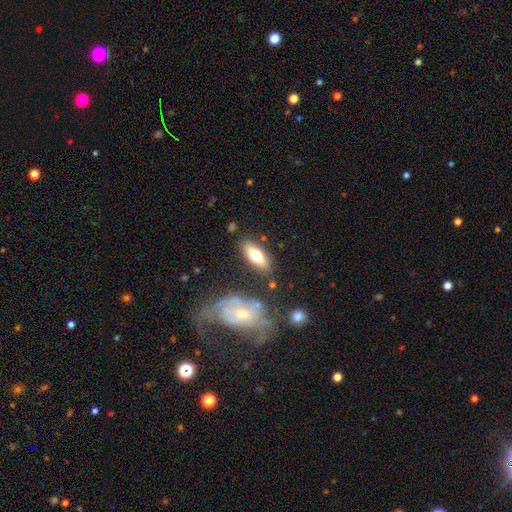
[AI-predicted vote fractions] smooth_or_featured: smooth (p=0.67) [alt: featured or disk p=0.27]
how_rounded: in between (p=0.70) [alt: cigar-shaped p=0.27]
merging: none (p=0.78) [alt: minor disturbance p=0.13]